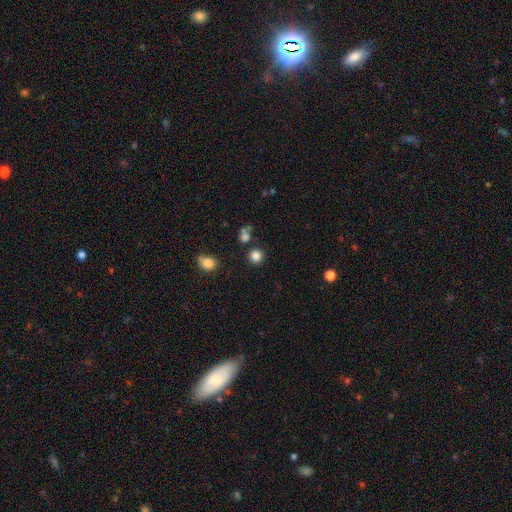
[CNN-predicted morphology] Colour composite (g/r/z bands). It shows a smooth galaxy with no disk features (83%) that is round (92%). Merging: none (83%).